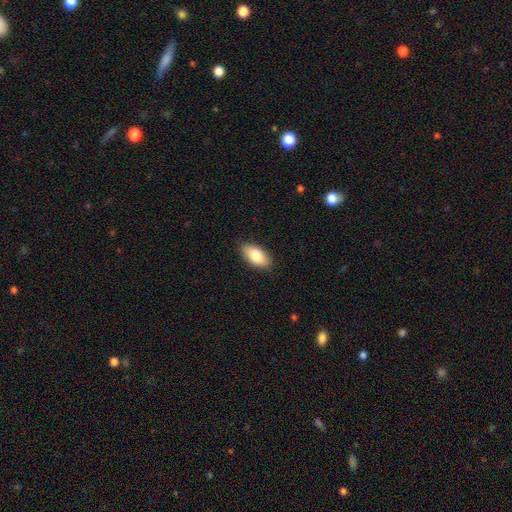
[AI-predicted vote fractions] Overall: smooth (82%). How rounded: in between (92%). Merging: none (87%).